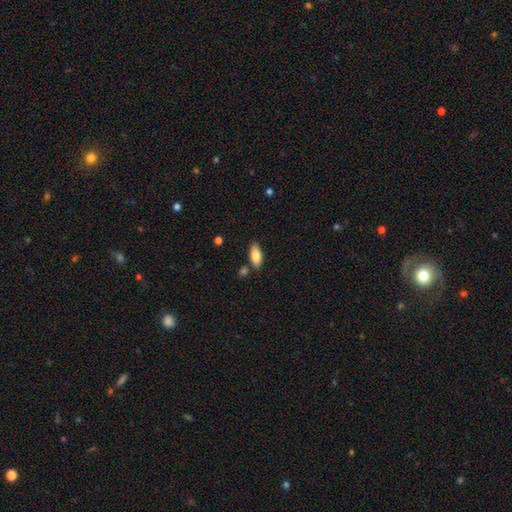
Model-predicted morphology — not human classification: Smooth or featured: smooth — 83% (featured or disk — 11%)
How rounded: in between — 86% (cigar-shaped — 12%)
Merging: none — 79% (minor disturbance — 13%)